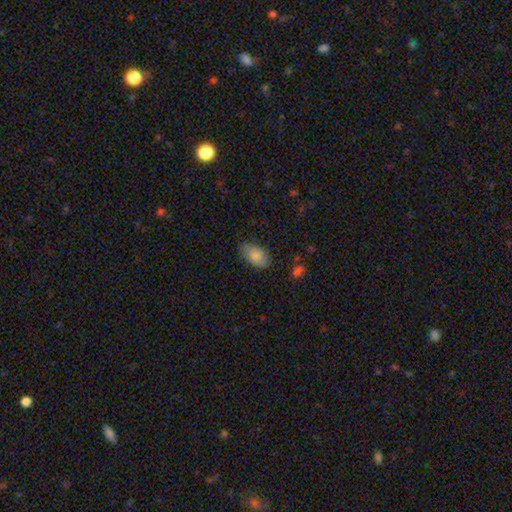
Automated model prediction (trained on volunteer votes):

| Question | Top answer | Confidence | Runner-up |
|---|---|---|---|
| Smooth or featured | smooth | 83% | featured or disk (10%) |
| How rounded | in between | 93% | round (5%) |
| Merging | none | 80% | minor disturbance (16%) |